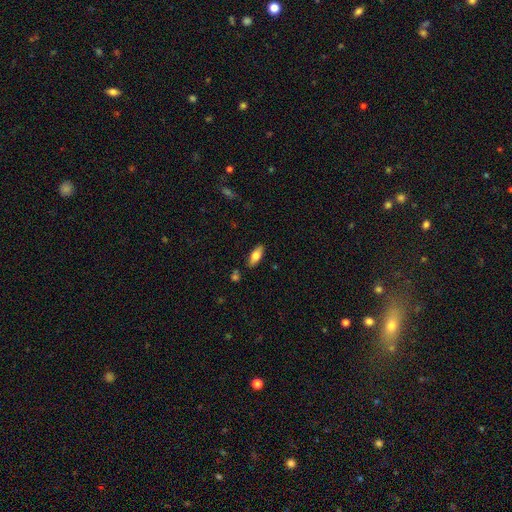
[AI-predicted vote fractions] A smooth galaxy with no disk features (74%) that is in between round and cigar-shaped (79%).

Vote fractions:
- Smooth or featured? smooth: 74% / featured or disk: 20% / star or artifact: 6%
- How rounded? in between: 79% / cigar-shaped: 19% / round: 2%
- Merging? none: 85% / minor disturbance: 10% / merger: 3% / major disturbance: 2%